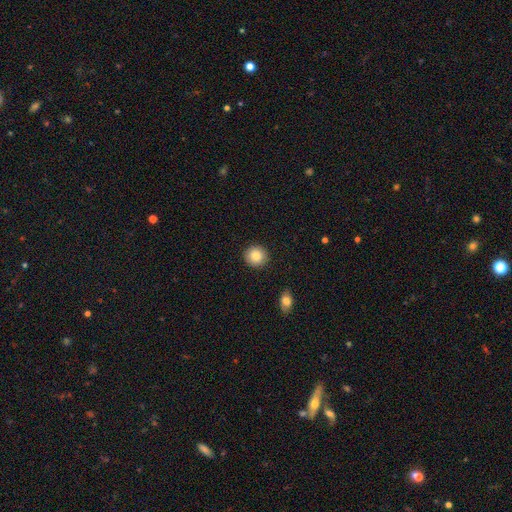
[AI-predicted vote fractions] Smooth or featured: smooth — 85% (star or artifact — 8%)
How rounded: round — 92% (in between — 7%)
Merging: none — 91% (minor disturbance — 6%)